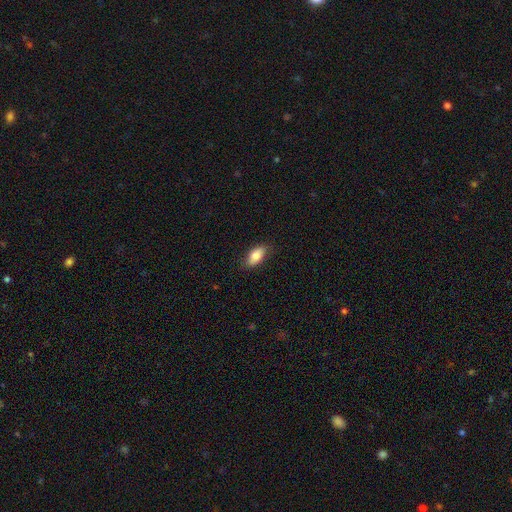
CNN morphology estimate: Q: Smooth or featured?
A: smooth (80%); runner-up: featured or disk (13%)
Q: How rounded?
A: in between (90%); runner-up: cigar-shaped (6%)
Q: Merging?
A: none (81%); runner-up: minor disturbance (15%)